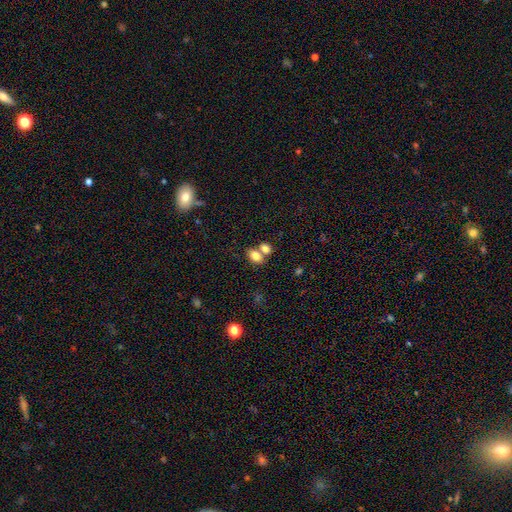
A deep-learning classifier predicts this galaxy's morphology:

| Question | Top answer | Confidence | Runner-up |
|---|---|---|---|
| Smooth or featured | smooth | 81% | featured or disk (10%) |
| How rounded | in between | 81% | round (18%) |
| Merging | merger | 47% | none (41%) |